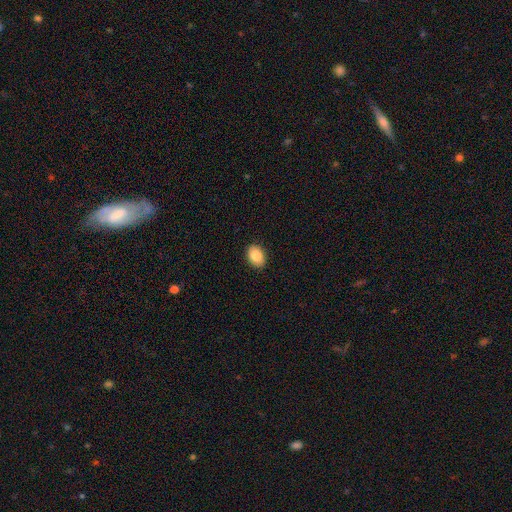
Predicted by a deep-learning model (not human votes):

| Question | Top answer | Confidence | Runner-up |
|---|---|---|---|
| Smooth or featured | smooth | 88% | star or artifact (7%) |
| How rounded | in between | 80% | round (19%) |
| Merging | none | 89% | minor disturbance (8%) |